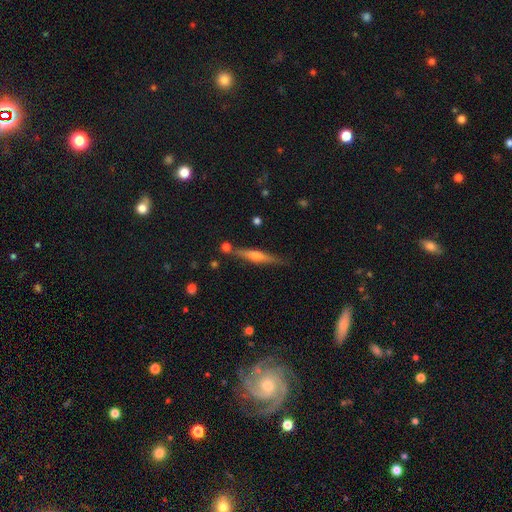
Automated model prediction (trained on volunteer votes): Morphology: type=featured or disk (63%); edge-on=yes (96%); edge-on bulge=rounded (75%); merging=none (82%).